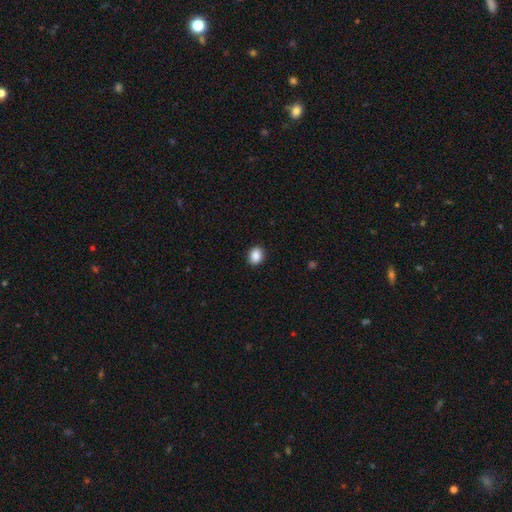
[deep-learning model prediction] This appears to be a smooth galaxy with no disk features (88%) that is round (54%). Merging: none (90%).